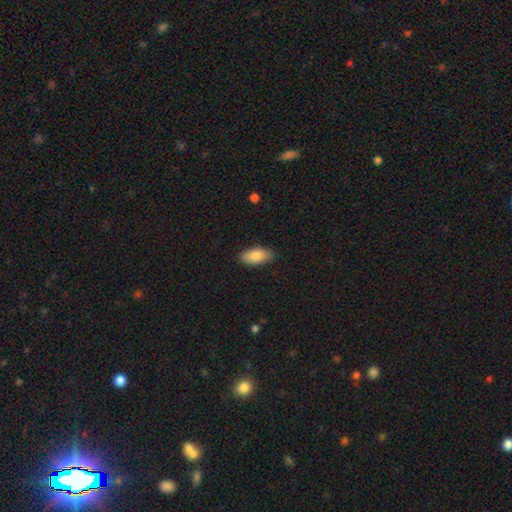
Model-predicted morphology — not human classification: smooth-or-featured: smooth: 87% | featured or disk: 7% | star or artifact: 6%
  how-rounded: in between: 88% | cigar-shaped: 9% | round: 2%
  merging: none: 87% | minor disturbance: 10% | major disturbance: 2% | merger: 1%